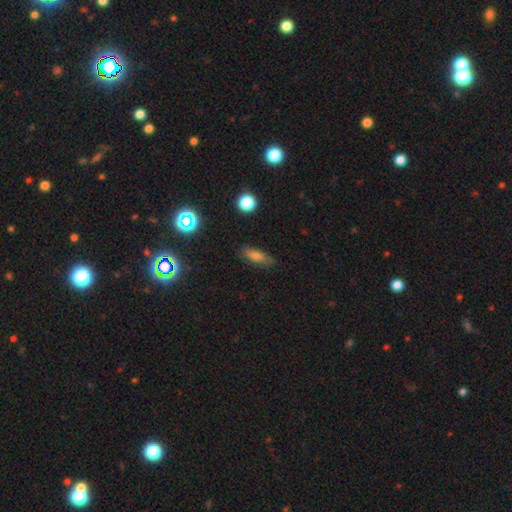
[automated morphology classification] Overall: smooth (64%). How rounded: in between (50%; cigar-shaped 45%). Merging: none (78%).